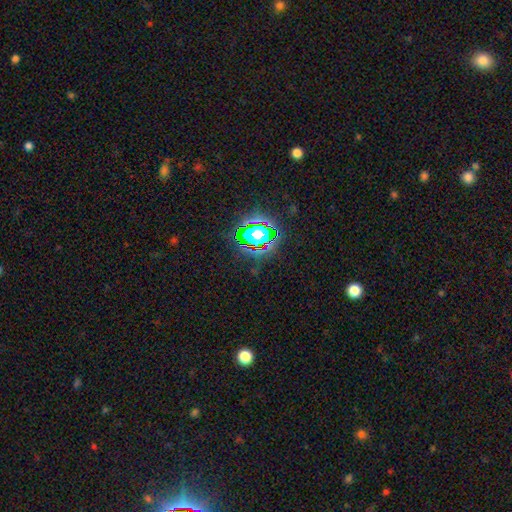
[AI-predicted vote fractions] Smooth or featured? Predicted: star or artifact (p=0.78).